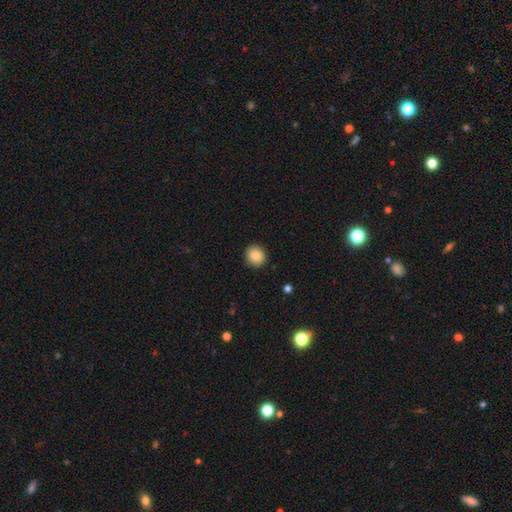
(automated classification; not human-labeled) Smooth or featured? smooth (87%)
How rounded? round (86%)
Merging? none (90%)